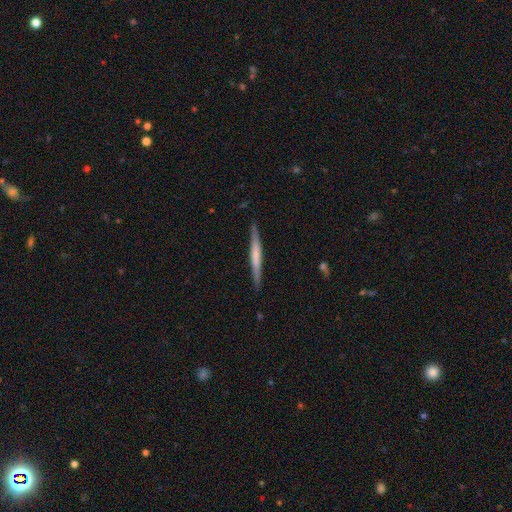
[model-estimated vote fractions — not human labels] Overall: featured or disk (50%; smooth 45%). Edge-on disk: yes (97%). Merging: none (89%).